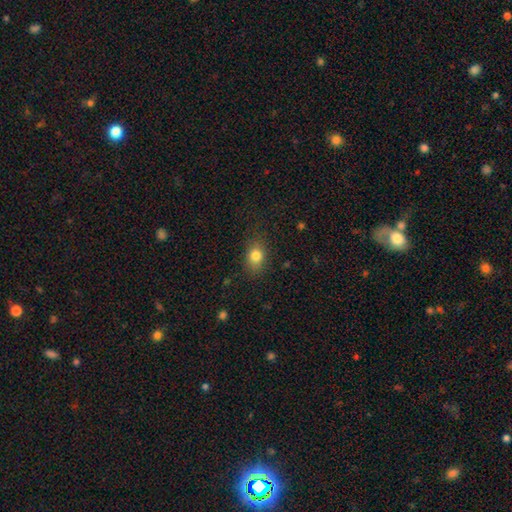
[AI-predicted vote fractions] Smooth or featured? smooth (82%)
How rounded? in between (63%)
Merging? none (82%)